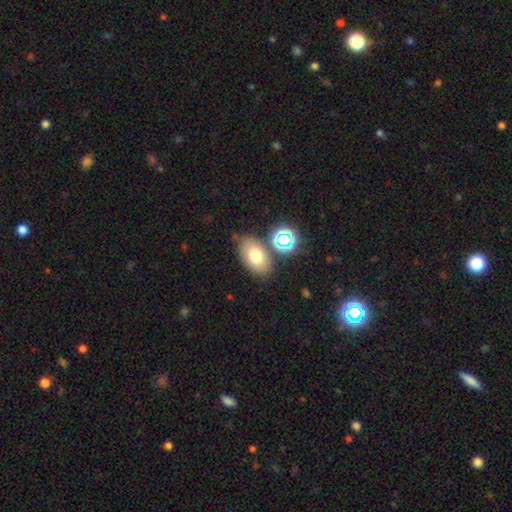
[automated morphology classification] Smooth or featured? smooth (71%)
How rounded? in between (87%)
Merging? none (74%)